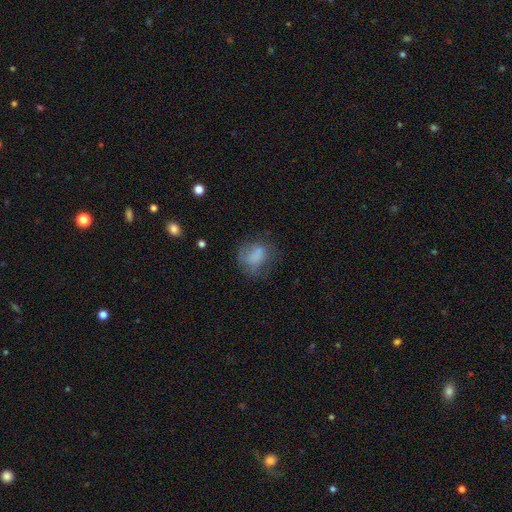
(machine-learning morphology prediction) This appears to be a smooth galaxy with no disk features (69%) that is in between round and cigar-shaped (54%). Merging: none (46%).